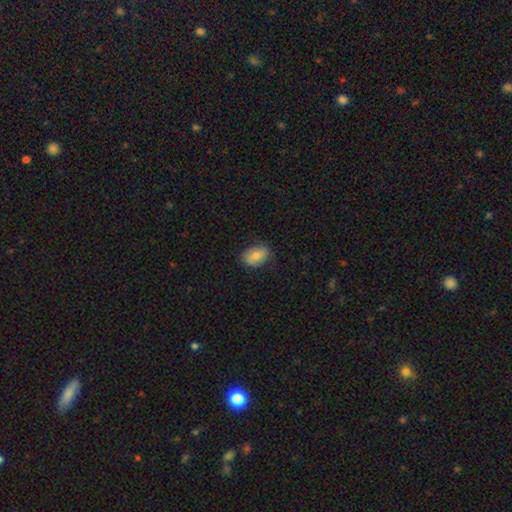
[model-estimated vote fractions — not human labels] The model was most divided on "how rounded": in between: 77%, round: 22%, cigar-shaped: 1%. More confident: merging — none (79%); smooth or featured — smooth (74%).